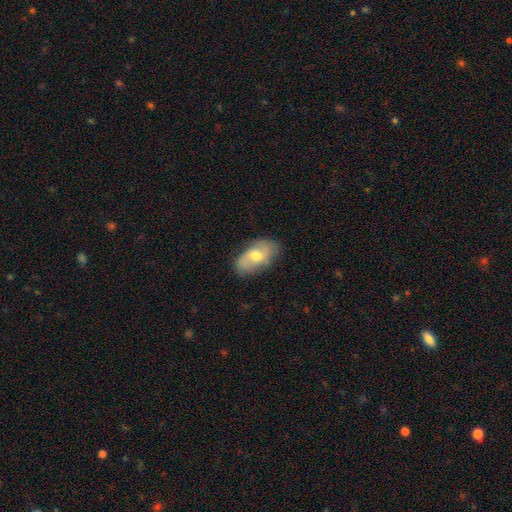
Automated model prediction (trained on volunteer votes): Smooth or featured?
  - smooth: 54% *
  - featured or disk: 40%
  - star or artifact: 7%
How rounded?
  - in between: 92% *
  - round: 5%
  - cigar-shaped: 3%
Merging?
  - none: 76% *
  - minor disturbance: 18%
  - major disturbance: 4%
  - merger: 1%